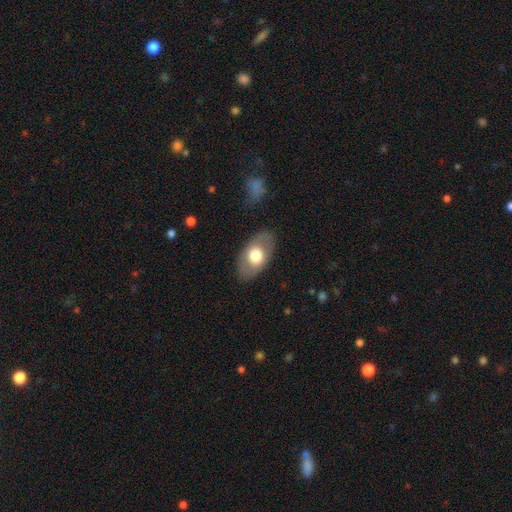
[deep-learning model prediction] smooth 63%, featured or disk 31%, star or artifact 6%. Down the decision tree: how rounded — in between (91%); merging — none (83%).